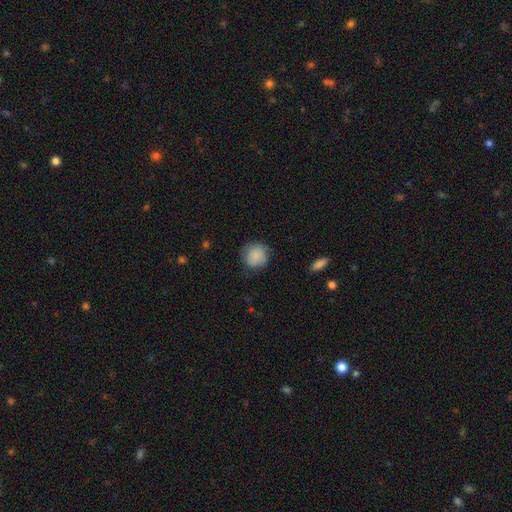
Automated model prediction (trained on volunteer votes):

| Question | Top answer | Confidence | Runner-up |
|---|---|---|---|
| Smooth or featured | smooth | 84% | featured or disk (9%) |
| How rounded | round | 89% | in between (10%) |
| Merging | none | 75% | minor disturbance (19%) |